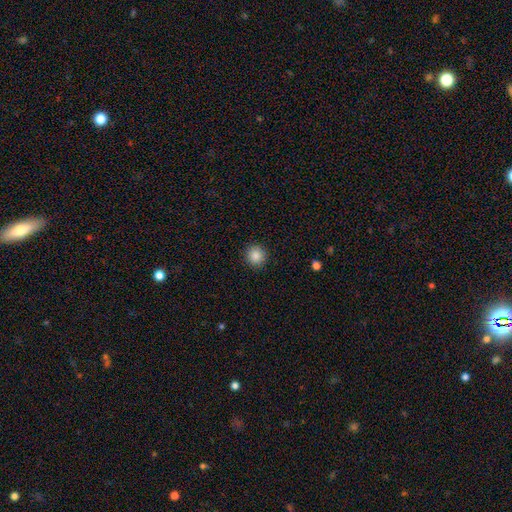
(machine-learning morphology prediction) The model was most divided on "smooth or featured": smooth: 87%, star or artifact: 9%, featured or disk: 4%. More confident: how rounded — round (94%); merging — none (92%).